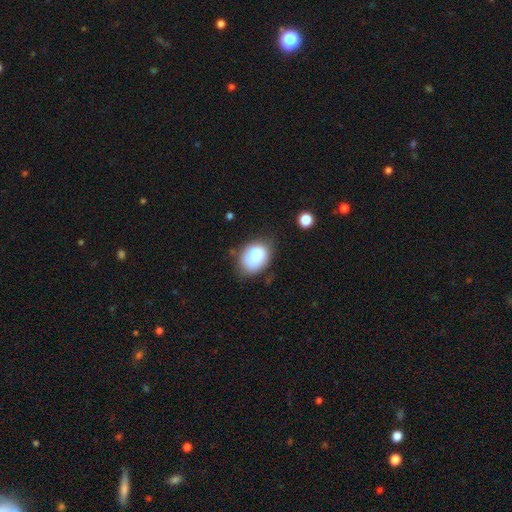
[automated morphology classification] Overall: smooth (83%). How rounded: in between (72%). Merging: none (63%; minor disturbance 26%).